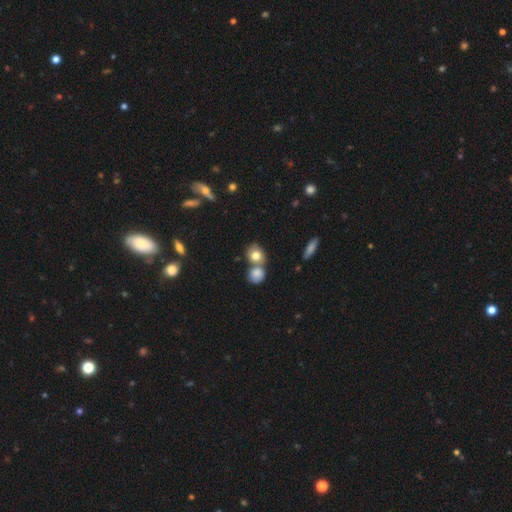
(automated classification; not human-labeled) Smooth or featured?
  - smooth: 78% *
  - featured or disk: 12%
  - star or artifact: 10%
How rounded?
  - round: 60% *
  - in between: 38%
  - cigar-shaped: 2%
Merging?
  - none: 46% *
  - merger: 42%
  - minor disturbance: 9%
  - major disturbance: 3%